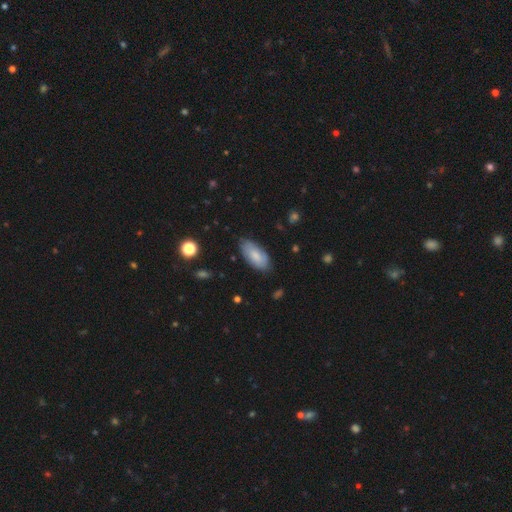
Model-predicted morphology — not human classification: This is likely a smooth galaxy (75%). How rounded: clearly in between (91%). Merging: likely none (76%).